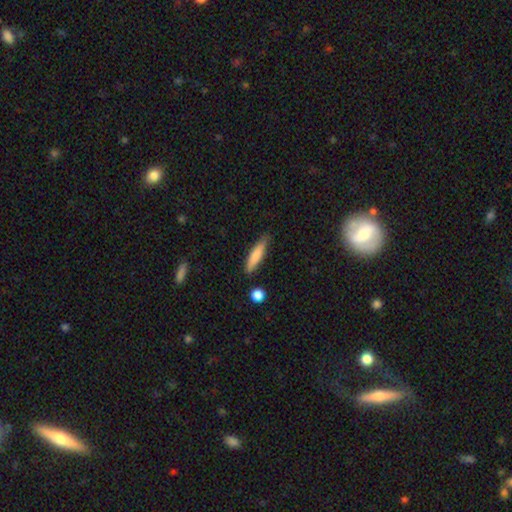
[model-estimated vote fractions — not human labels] Smooth or featured?
  - smooth: 79% *
  - featured or disk: 15%
  - star or artifact: 6%
How rounded?
  - cigar-shaped: 80% *
  - in between: 18%
  - round: 2%
Merging?
  - none: 82% *
  - minor disturbance: 13%
  - merger: 2%
  - major disturbance: 2%